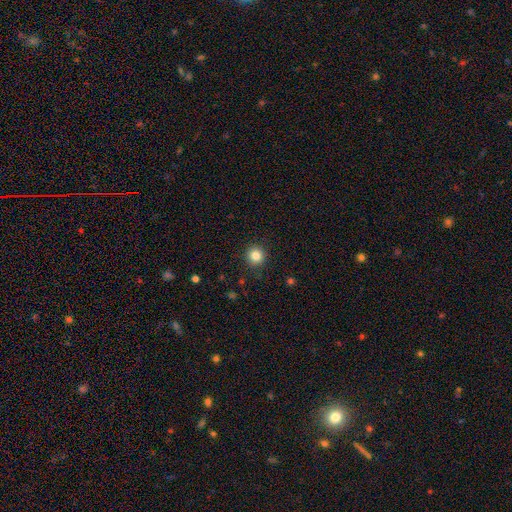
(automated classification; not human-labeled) Smooth or featured?
  - smooth: 84% *
  - star or artifact: 11%
  - featured or disk: 5%
How rounded?
  - round: 94% *
  - in between: 6%
  - cigar-shaped: 1%
Merging?
  - none: 91% *
  - minor disturbance: 6%
  - major disturbance: 2%
  - merger: 1%